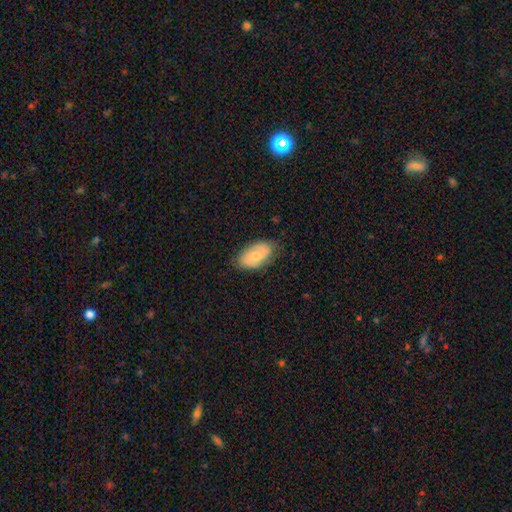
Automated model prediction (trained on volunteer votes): Overall: smooth (56%; featured or disk 38%). How rounded: in between (93%). Merging: none (76%).